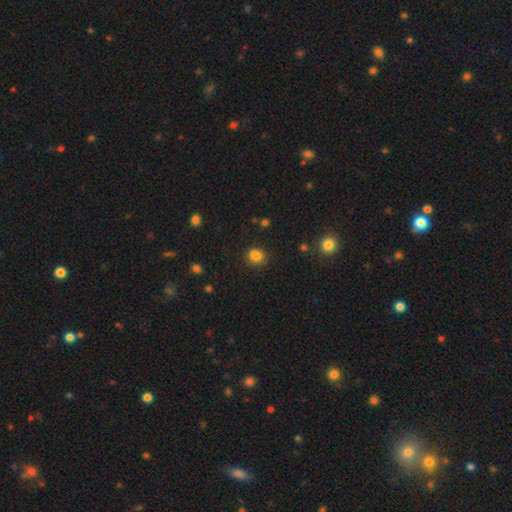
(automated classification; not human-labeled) Smooth or featured? Predicted: smooth (p=0.82). How rounded? Predicted: round (p=0.64). Merging? Predicted: none (p=0.74).